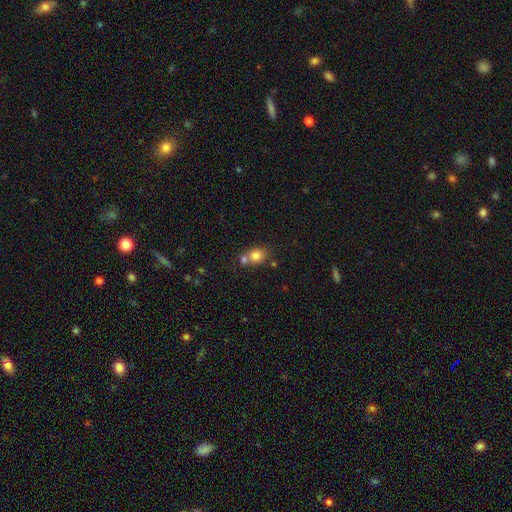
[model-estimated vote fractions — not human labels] This appears to be a smooth galaxy with no disk features (79%) that is round (62%). Merging: none (46%).